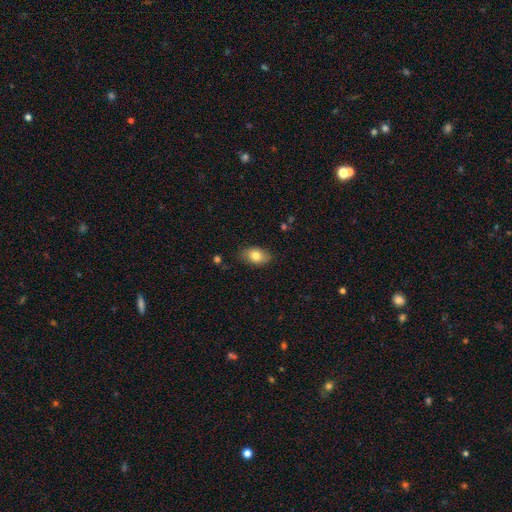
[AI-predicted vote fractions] Smooth or featured?
  - smooth: 81% *
  - featured or disk: 12%
  - star or artifact: 7%
How rounded?
  - in between: 89% *
  - round: 10%
  - cigar-shaped: 2%
Merging?
  - none: 83% *
  - minor disturbance: 13%
  - major disturbance: 3%
  - merger: 1%